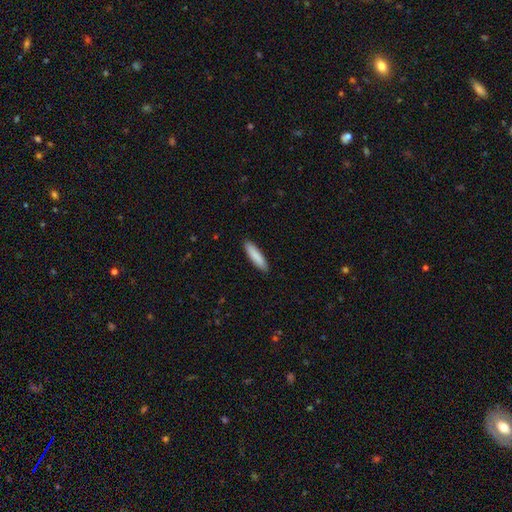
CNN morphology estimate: type=smooth (88%); roundness=cigar-shaped (76%); merging=none (91%).